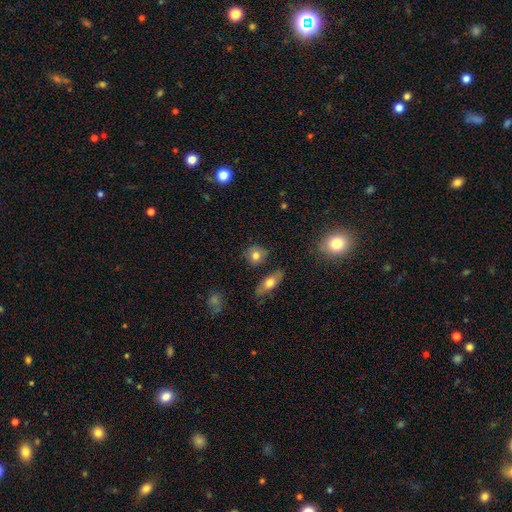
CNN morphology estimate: smooth_or_featured: smooth (p=0.79) [alt: featured or disk p=0.12]
how_rounded: round (p=0.75) [alt: in between p=0.23]
merging: none (p=0.81) [alt: minor disturbance p=0.11]